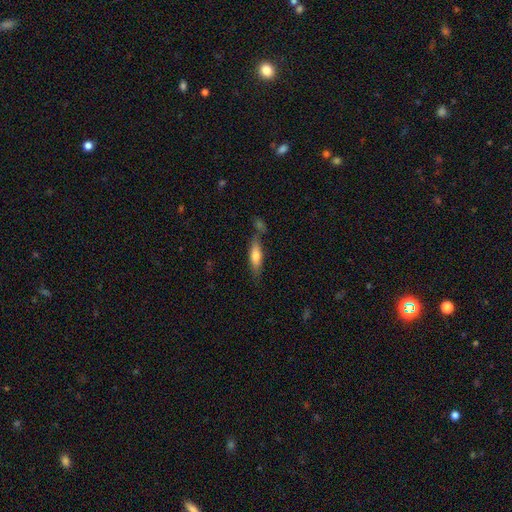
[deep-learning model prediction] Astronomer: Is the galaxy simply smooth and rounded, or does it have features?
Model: smooth — 65%.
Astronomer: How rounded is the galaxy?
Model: cigar-shaped — 60% (runner-up: in between, 38%).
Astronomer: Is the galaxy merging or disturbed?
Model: none — 65%.